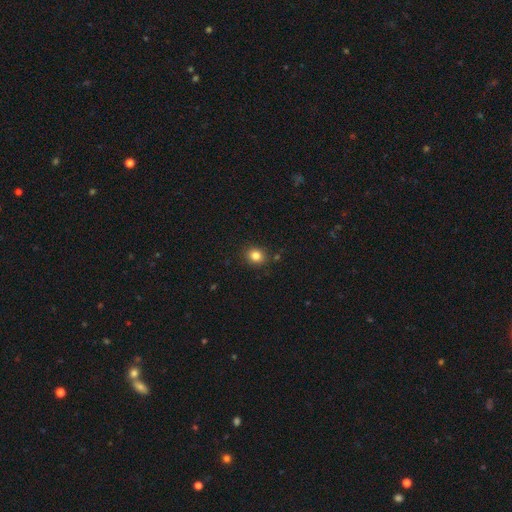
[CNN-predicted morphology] A smooth galaxy with no disk features (83%) that is round (65%). Merging: none (88%).